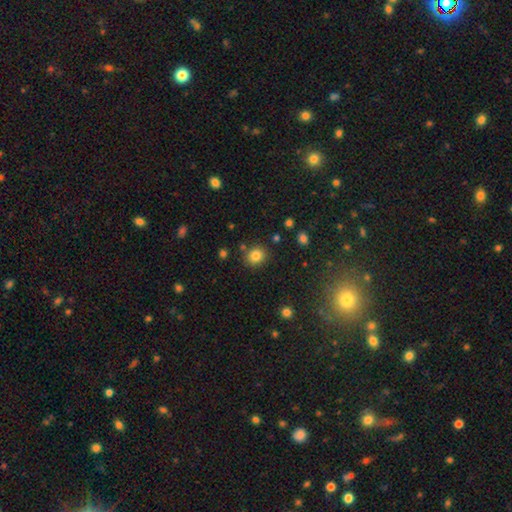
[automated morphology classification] Smooth or featured? smooth (83%)
How rounded? round (78%)
Merging? none (84%)